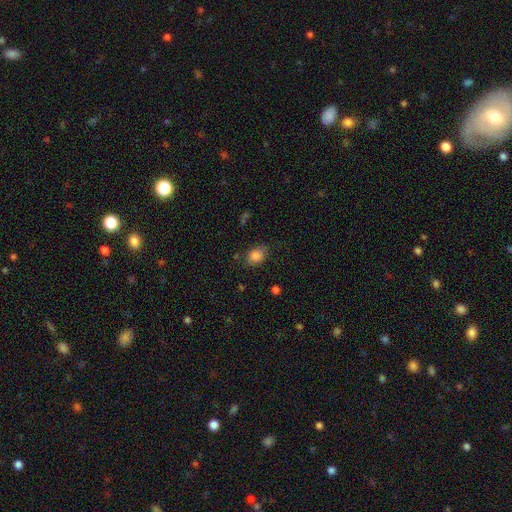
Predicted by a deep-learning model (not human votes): Morphology: type=smooth (85%); roundness=in between (63%); merging=none (73%).